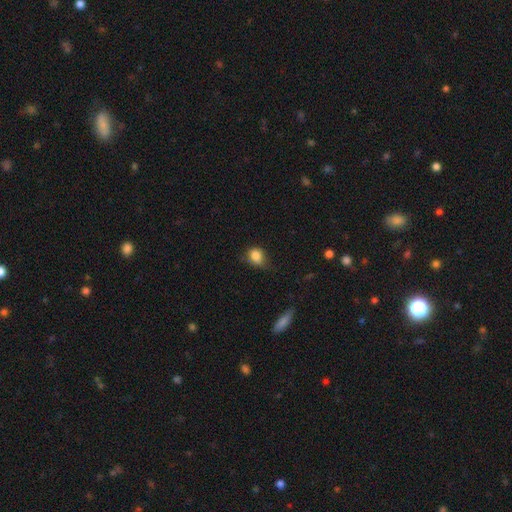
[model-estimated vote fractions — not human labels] Smooth or featured? smooth (83%)
How rounded? round (53%)
Merging? none (48%)